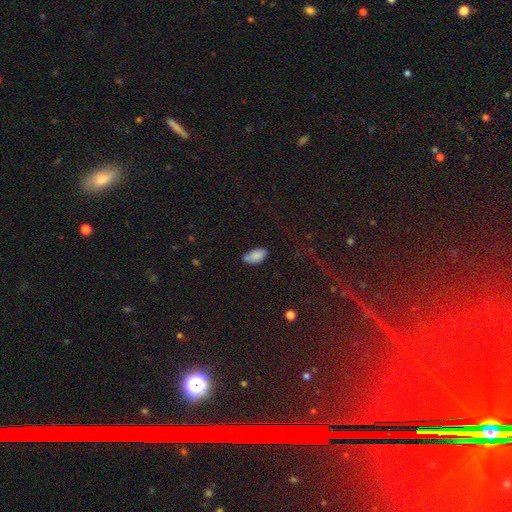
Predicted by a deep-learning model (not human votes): Q: Smooth or featured?
A: smooth (82%); runner-up: featured or disk (10%)
Q: How rounded?
A: in between (94%); runner-up: round (3%)
Q: Merging?
A: none (58%); runner-up: minor disturbance (30%)